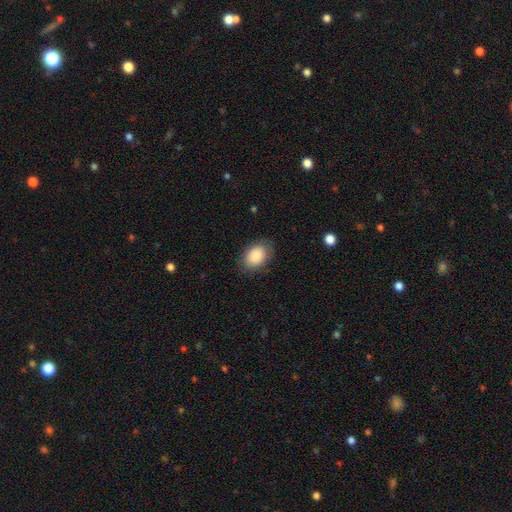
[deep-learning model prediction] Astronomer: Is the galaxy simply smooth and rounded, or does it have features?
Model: smooth — 87%.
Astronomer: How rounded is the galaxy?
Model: in between — 84%.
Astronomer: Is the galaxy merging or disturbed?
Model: none — 82%.